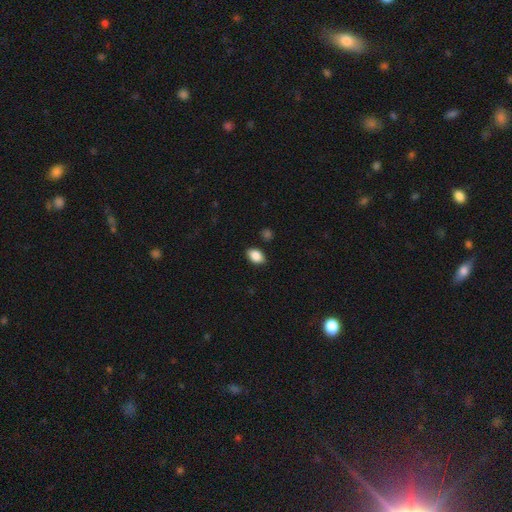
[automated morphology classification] Smooth or featured?
  - smooth: 88% *
  - star or artifact: 8%
  - featured or disk: 5%
How rounded?
  - in between: 84% *
  - round: 14%
  - cigar-shaped: 1%
Merging?
  - none: 84% *
  - minor disturbance: 12%
  - major disturbance: 2%
  - merger: 2%